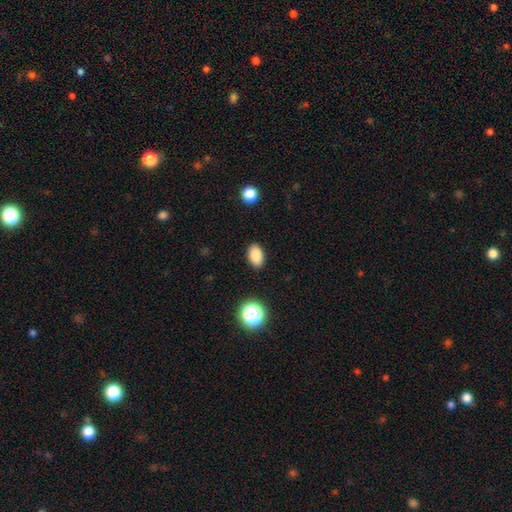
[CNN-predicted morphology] Q: Smooth or featured?
A: smooth (85%); runner-up: star or artifact (10%)
Q: How rounded?
A: in between (88%); runner-up: round (11%)
Q: Merging?
A: none (89%); runner-up: minor disturbance (8%)